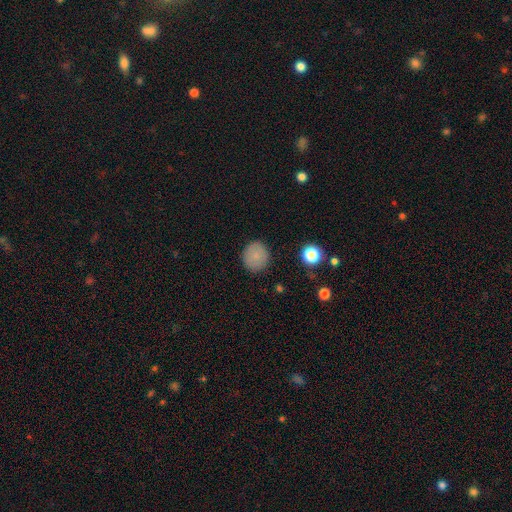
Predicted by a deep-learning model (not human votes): This appears to be a smooth galaxy with no disk features (83%) that is round (87%). Merging: none (88%).